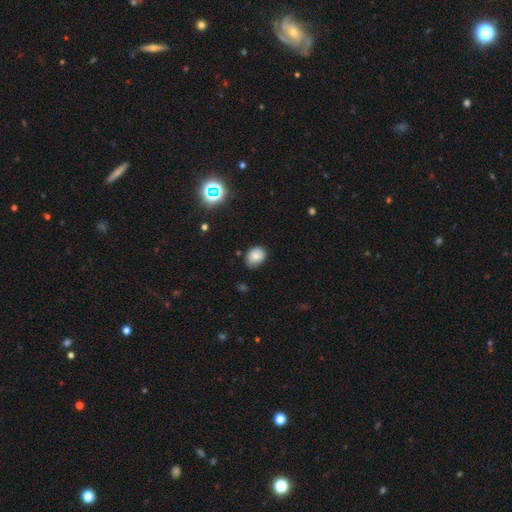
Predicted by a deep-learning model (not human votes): Smooth or featured? smooth (79%)
How rounded? in between (57%)
Merging? none (72%)